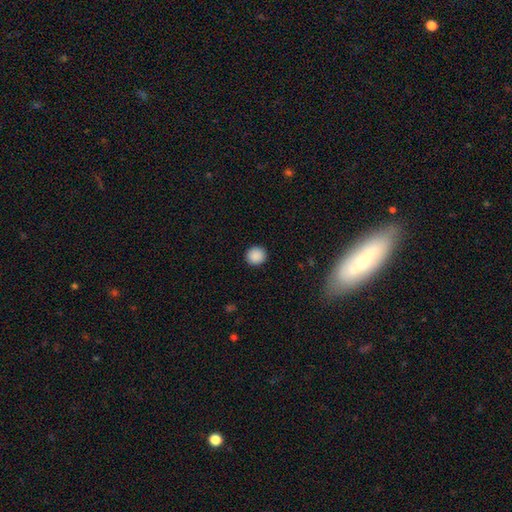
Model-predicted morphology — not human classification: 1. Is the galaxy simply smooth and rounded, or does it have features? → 89% smooth, 9% star or artifact, 2% featured or disk.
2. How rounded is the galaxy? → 90% round, 9% in between, 1% cigar-shaped.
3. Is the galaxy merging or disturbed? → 92% none, 5% minor disturbance, 2% major disturbance, 1% merger.